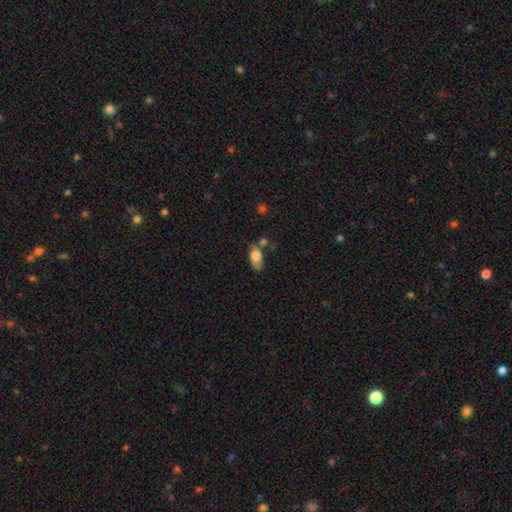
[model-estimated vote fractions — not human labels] Smooth or featured? smooth (78%)
How rounded? in between (90%)
Merging? none (39%)